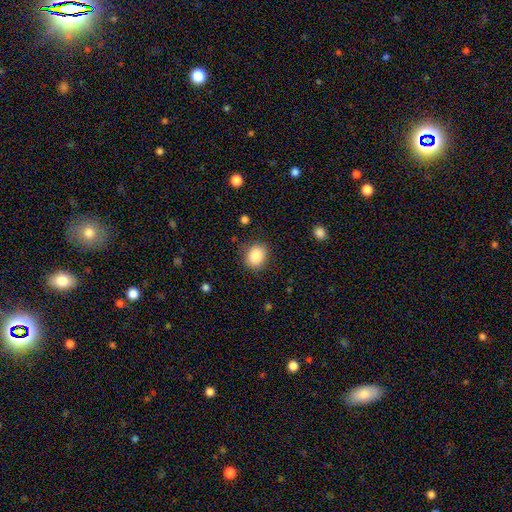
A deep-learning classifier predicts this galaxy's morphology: A smooth galaxy with no disk features (87%) that is round (57%).

Vote fractions:
- Smooth or featured? smooth: 87% / star or artifact: 9% / featured or disk: 4%
- How rounded? round: 57% / in between: 42% / cigar-shaped: 1%
- Merging? none: 84% / minor disturbance: 11% / major disturbance: 4% / merger: 1%